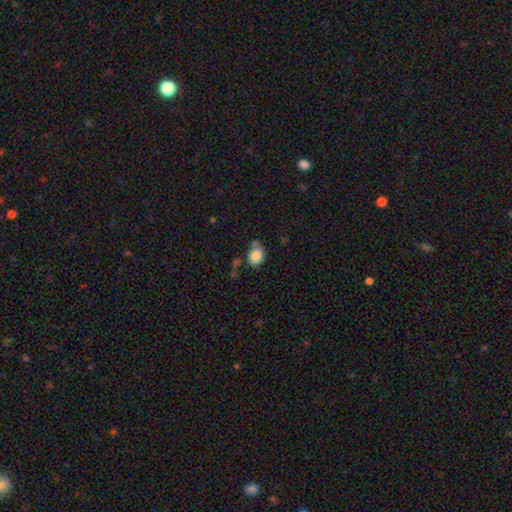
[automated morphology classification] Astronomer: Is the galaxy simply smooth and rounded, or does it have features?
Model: smooth — 84%.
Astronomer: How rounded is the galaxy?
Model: round — 59% (runner-up: in between, 40%).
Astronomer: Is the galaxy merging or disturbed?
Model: none — 60%.